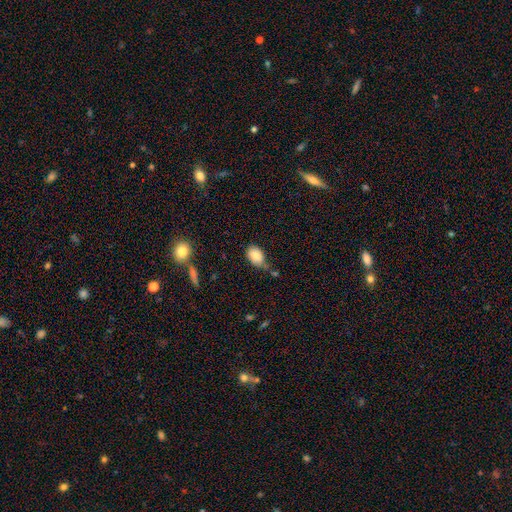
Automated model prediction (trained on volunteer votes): A smooth galaxy with no disk features (83%) that is in between round and cigar-shaped (86%).

Vote fractions:
- Smooth or featured? smooth: 83% / featured or disk: 9% / star or artifact: 8%
- How rounded? in between: 86% / round: 13% / cigar-shaped: 1%
- Merging? none: 52% / minor disturbance: 30% / merger: 10% / major disturbance: 8%